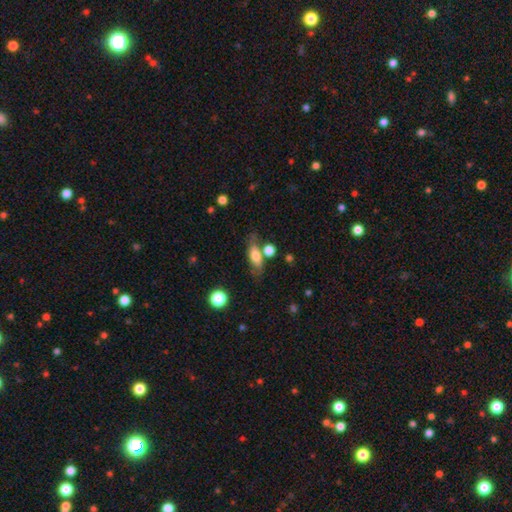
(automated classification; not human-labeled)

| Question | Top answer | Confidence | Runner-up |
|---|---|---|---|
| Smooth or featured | smooth | 66% | featured or disk (25%) |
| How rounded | in between | 69% | cigar-shaped (25%) |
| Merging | none | 61% | minor disturbance (18%) |